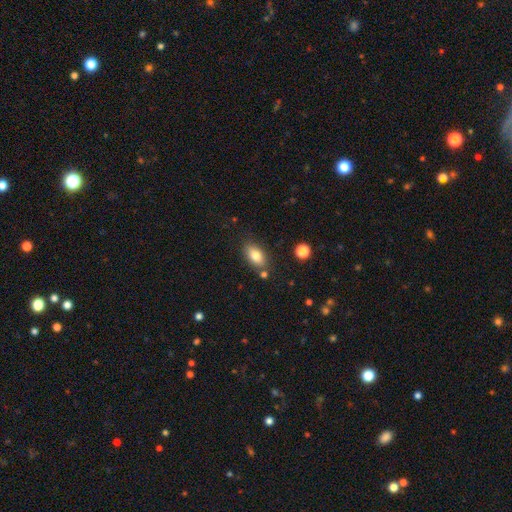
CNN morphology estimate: Smooth or featured? smooth (80%)
How rounded? in between (89%)
Merging? none (78%)